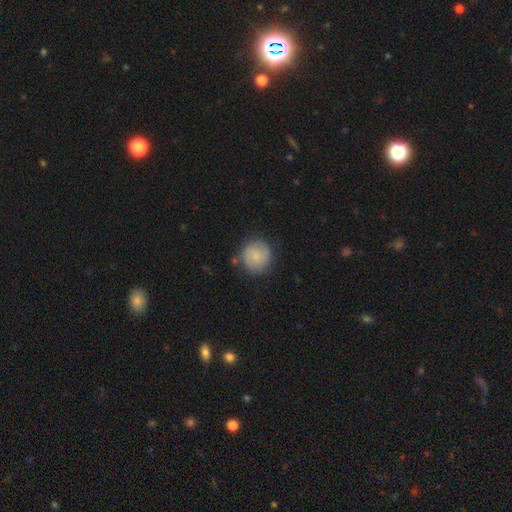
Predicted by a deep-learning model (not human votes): The model was most divided on "smooth or featured": smooth: 75%, featured or disk: 18%, star or artifact: 7%. More confident: how rounded — round (89%); merging — none (80%).